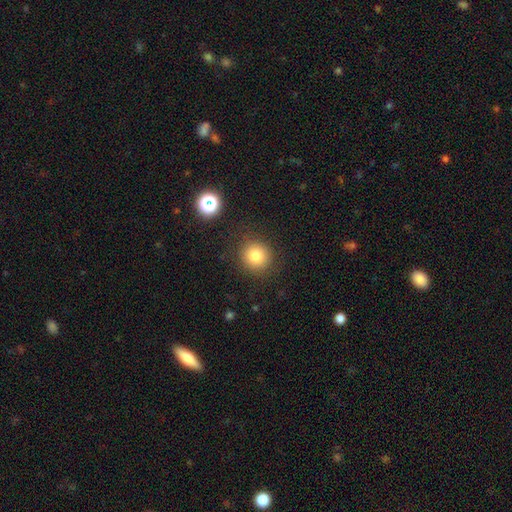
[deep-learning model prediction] Morphology: type=smooth (80%); roundness=round (90%); merging=none (86%).